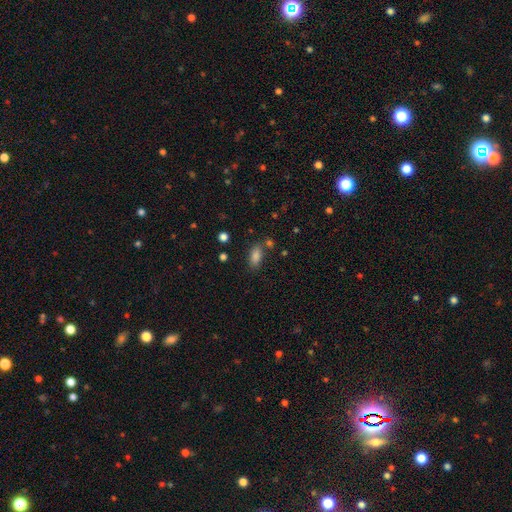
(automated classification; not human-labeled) This appears to be a smooth galaxy with no disk features (83%) that is in between round and cigar-shaped (86%). Merging: none (73%).